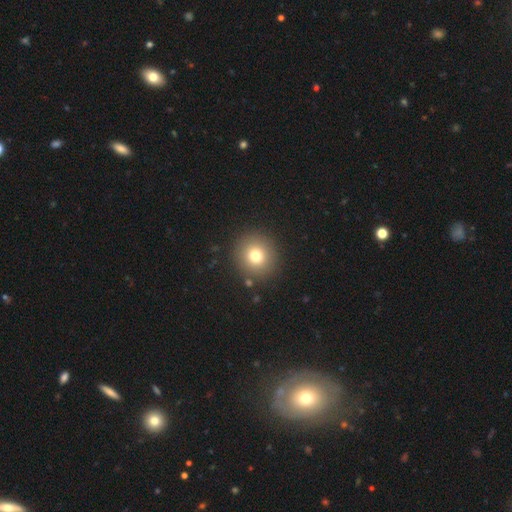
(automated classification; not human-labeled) Smooth or featured?
  - smooth: 76% *
  - star or artifact: 13%
  - featured or disk: 11%
How rounded?
  - round: 92% *
  - in between: 7%
  - cigar-shaped: 1%
Merging?
  - none: 89% *
  - minor disturbance: 6%
  - major disturbance: 3%
  - merger: 2%